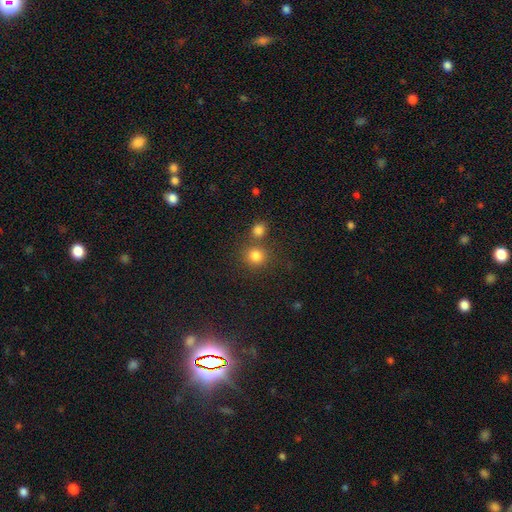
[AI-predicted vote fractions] A smooth galaxy with no disk features (81%) that is round (88%). Merging: none (67%).